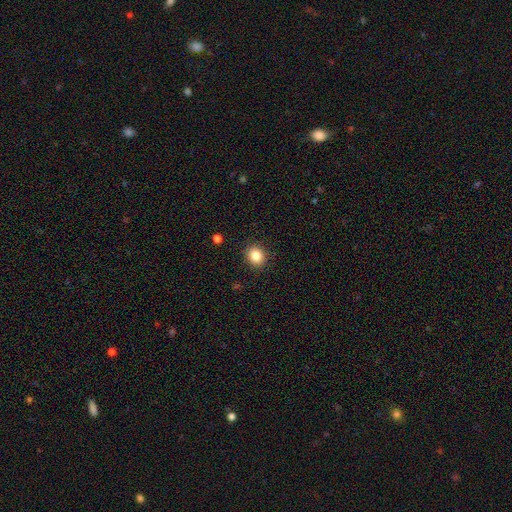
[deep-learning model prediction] A smooth galaxy with no disk features (85%) that is round (73%). Merging: none (90%).